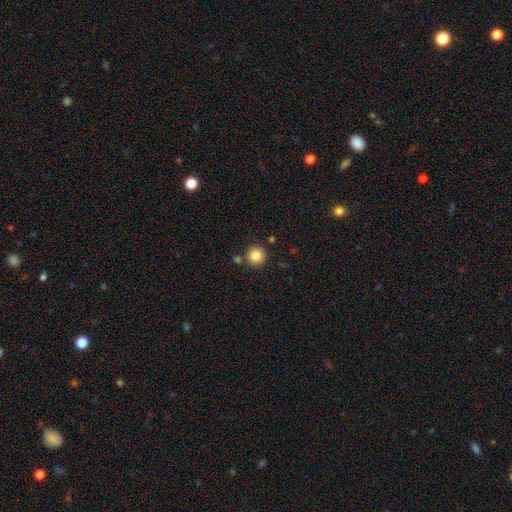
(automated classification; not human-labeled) This appears to be a smooth galaxy with no disk features (84%) that is round (95%). Merging: none (84%).